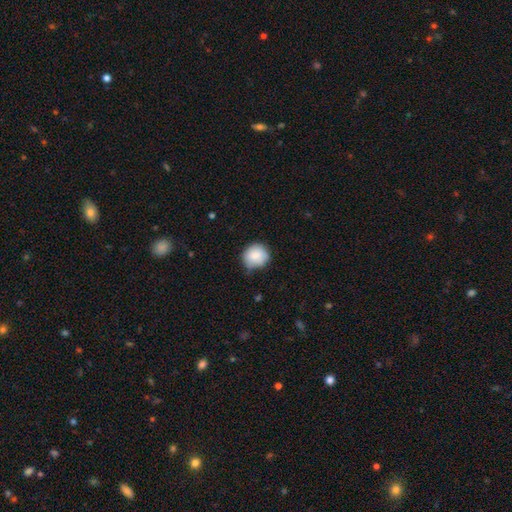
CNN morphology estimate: type=smooth (85%); roundness=round (89%); merging=none (68%).